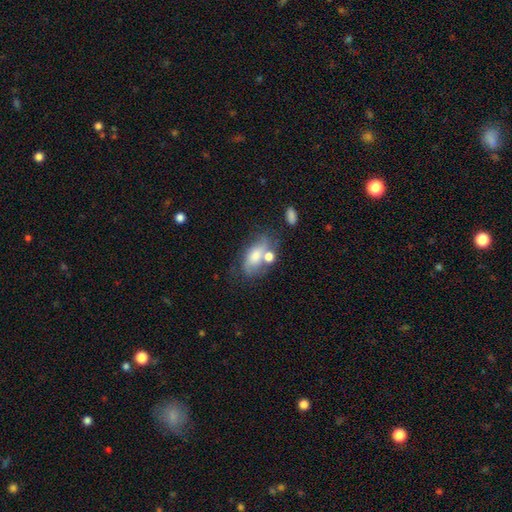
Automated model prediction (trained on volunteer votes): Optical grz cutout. It shows a smooth galaxy with no disk features (59%) that is in between round and cigar-shaped (84%). Merging: none (38%).